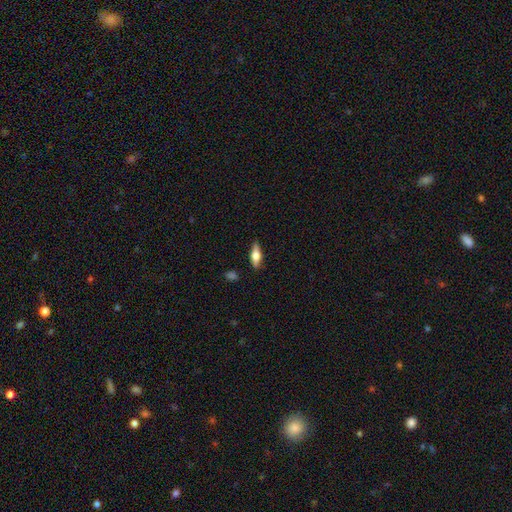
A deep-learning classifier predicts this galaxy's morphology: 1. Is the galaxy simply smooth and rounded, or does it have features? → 47% featured or disk, 46% smooth, 7% star or artifact.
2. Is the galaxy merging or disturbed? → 87% none, 10% minor disturbance, 2% major disturbance, 1% merger.